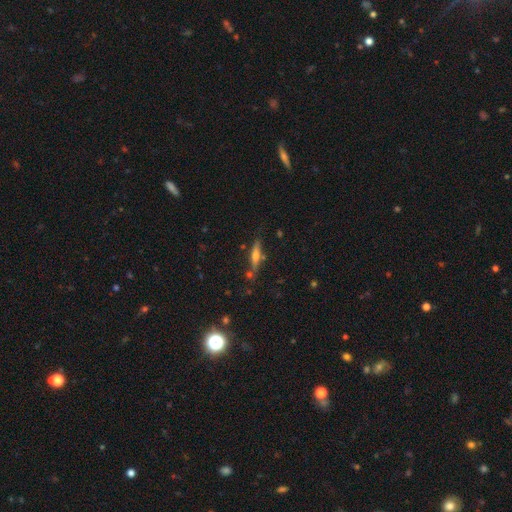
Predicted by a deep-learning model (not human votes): A featured or disk galaxy (54%) viewed edge-on (93%) with a rounded central bulge (84%).

Vote fractions:
- Smooth or featured? featured or disk: 54% / smooth: 37% / star or artifact: 8%
- Edge-on disk? yes: 93% / no: 7%
- Edge-on bulge? rounded: 84% / boxy: 8% / none: 8%
- Merging? none: 75% / minor disturbance: 14% / merger: 7% / major disturbance: 4%